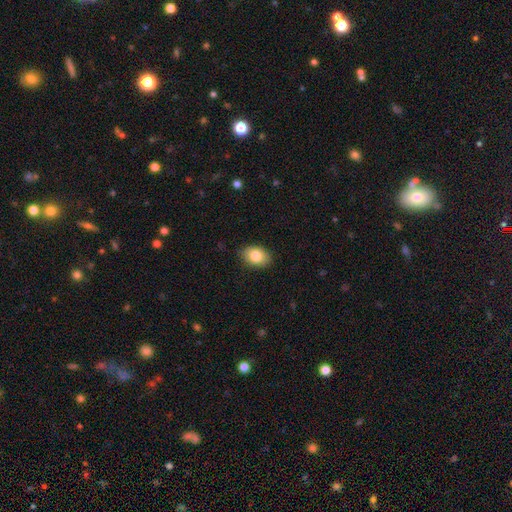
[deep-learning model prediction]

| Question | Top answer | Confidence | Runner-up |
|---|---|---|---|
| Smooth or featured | smooth | 84% | featured or disk (9%) |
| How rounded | in between | 81% | round (18%) |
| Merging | none | 87% | minor disturbance (10%) |